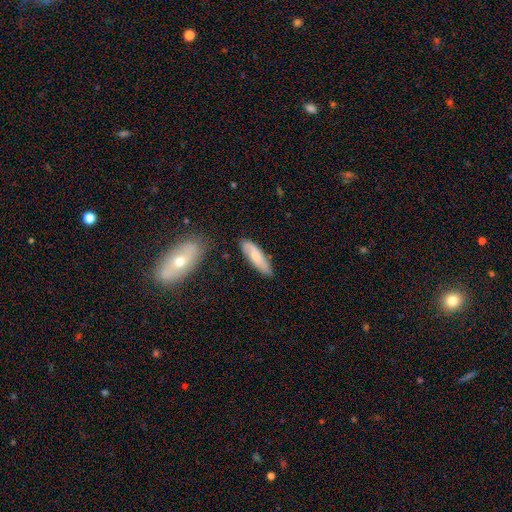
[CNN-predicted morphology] smooth_or_featured: smooth (p=0.65) [alt: featured or disk p=0.29]
how_rounded: cigar-shaped (p=0.52) [alt: in between p=0.46]
merging: none (p=0.74) [alt: minor disturbance p=0.18]